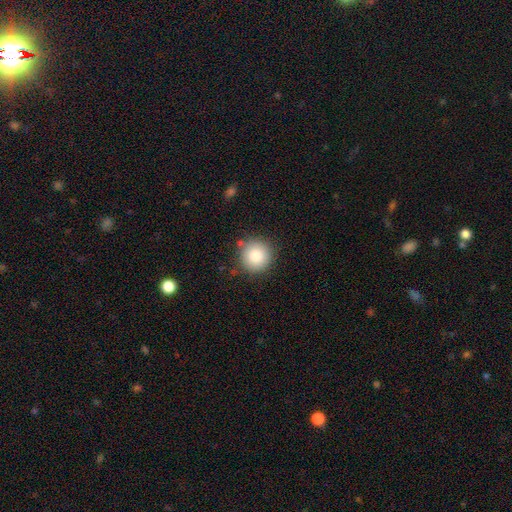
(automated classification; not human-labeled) smooth-or-featured: smooth: 83% | star or artifact: 9% | featured or disk: 8%
  how-rounded: round: 94% | in between: 5% | cigar-shaped: 1%
  merging: none: 84% | minor disturbance: 10% | merger: 3% | major disturbance: 3%